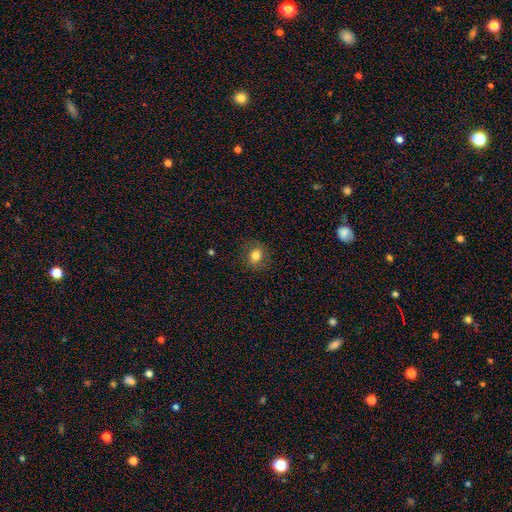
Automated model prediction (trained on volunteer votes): Q: Smooth or featured?
A: smooth (77%); runner-up: featured or disk (12%)
Q: How rounded?
A: round (59%); runner-up: in between (40%)
Q: Merging?
A: none (83%); runner-up: minor disturbance (12%)